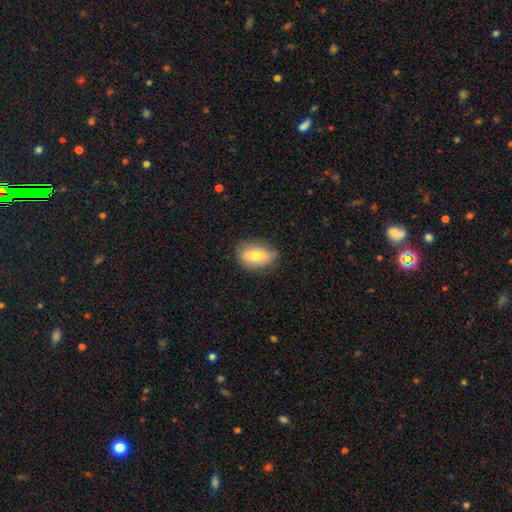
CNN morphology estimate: type=smooth (70%); roundness=in between (82%); merging=none (77%).